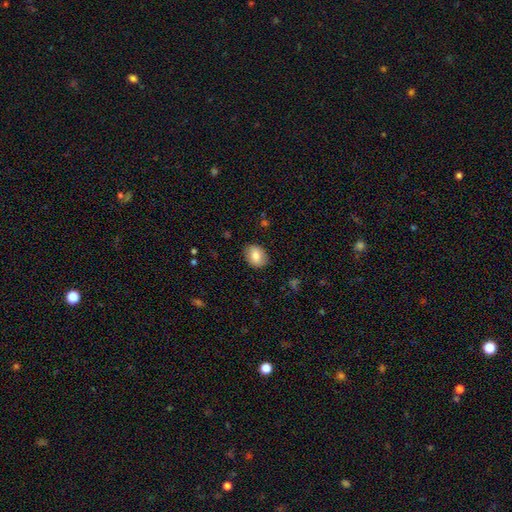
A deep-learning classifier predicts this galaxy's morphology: Smooth or featured? Predicted: smooth (p=0.81). How rounded? Predicted: in between (p=0.61). Merging? Predicted: none (p=0.86).